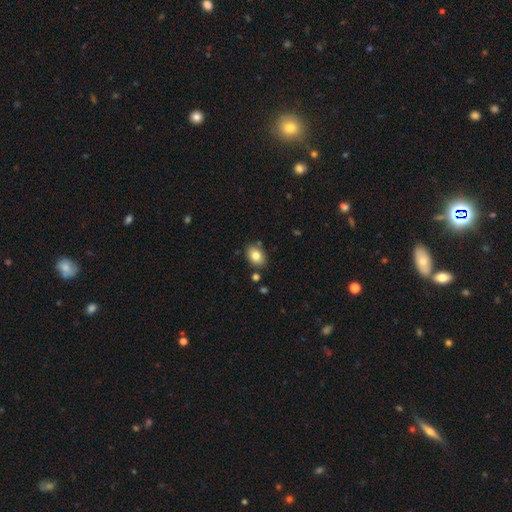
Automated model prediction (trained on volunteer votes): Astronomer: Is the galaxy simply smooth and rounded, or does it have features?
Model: smooth — 82%.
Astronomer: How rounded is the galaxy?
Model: in between — 78%.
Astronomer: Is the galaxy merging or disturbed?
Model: none — 82%.